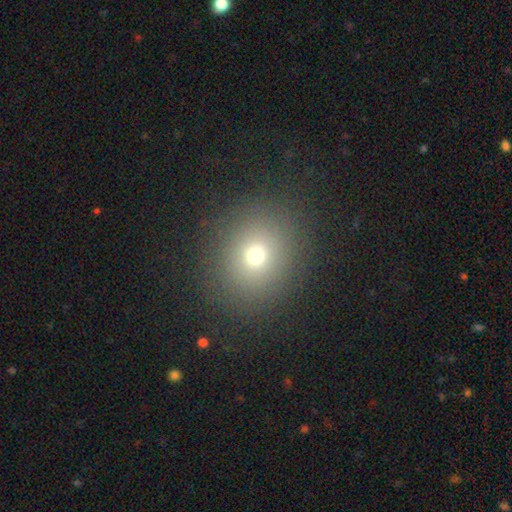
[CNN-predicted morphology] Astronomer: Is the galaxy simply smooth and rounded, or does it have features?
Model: smooth — 71%.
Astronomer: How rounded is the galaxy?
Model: round — 77%.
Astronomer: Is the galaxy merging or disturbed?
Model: none — 87%.